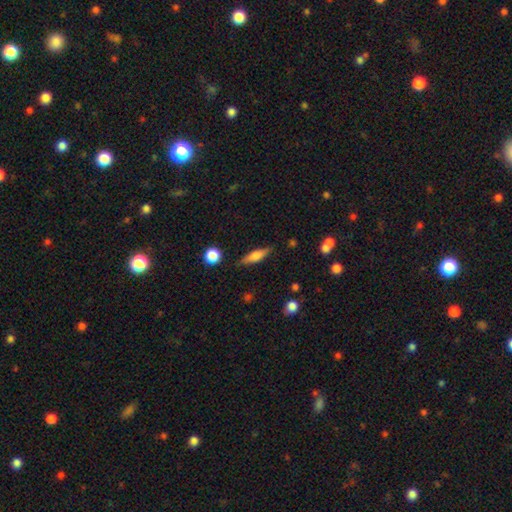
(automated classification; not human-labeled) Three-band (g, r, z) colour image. It shows a smooth galaxy with no disk features (58%) that is cigar-shaped (60%). Merging: none (83%).